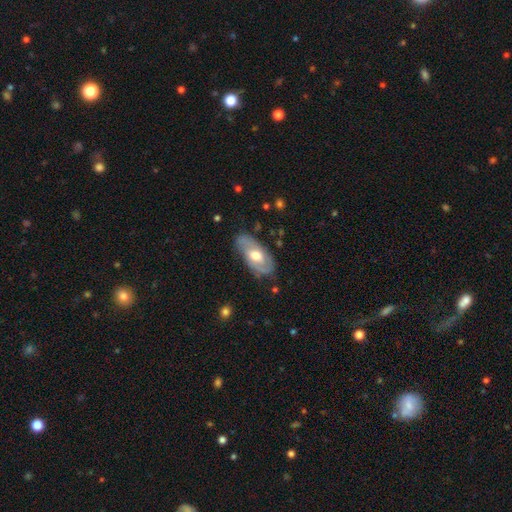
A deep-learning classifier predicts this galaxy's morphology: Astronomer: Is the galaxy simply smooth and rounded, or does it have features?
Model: featured or disk — 67%.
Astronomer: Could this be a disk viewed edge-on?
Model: no — 90%.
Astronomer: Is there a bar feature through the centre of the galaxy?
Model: no — 55% (runner-up: weak, 36%).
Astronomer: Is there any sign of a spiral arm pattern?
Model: yes — 79%.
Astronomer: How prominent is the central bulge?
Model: moderate — 71%.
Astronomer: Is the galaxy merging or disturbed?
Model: none — 75%.